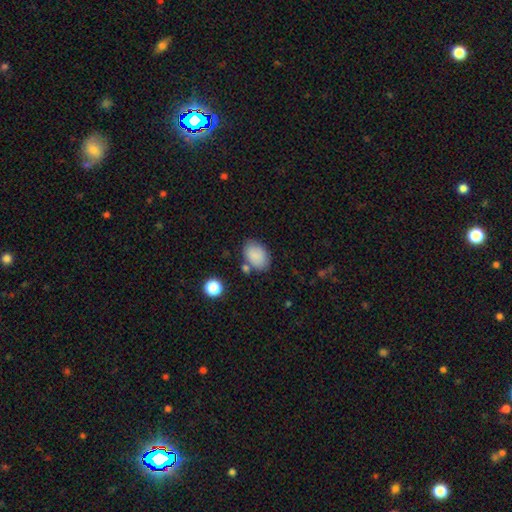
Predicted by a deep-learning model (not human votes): smooth-or-featured: smooth: 86% | star or artifact: 8% | featured or disk: 6%
  how-rounded: in between: 84% | round: 15% | cigar-shaped: 1%
  merging: none: 73% | minor disturbance: 15% | merger: 8% | major disturbance: 4%